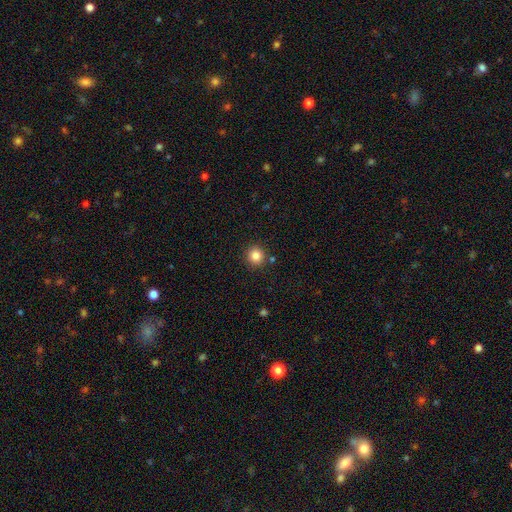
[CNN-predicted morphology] This is clearly a smooth galaxy (84%). How rounded: clearly round (92%). Merging: clearly none (88%).